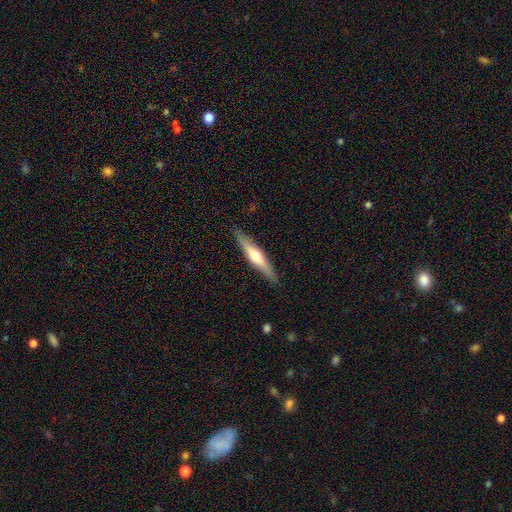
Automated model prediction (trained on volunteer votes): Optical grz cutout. It shows a featured or disk galaxy (58%) viewed edge-on (94%) with a rounded central bulge (90%). Merging: none (89%).